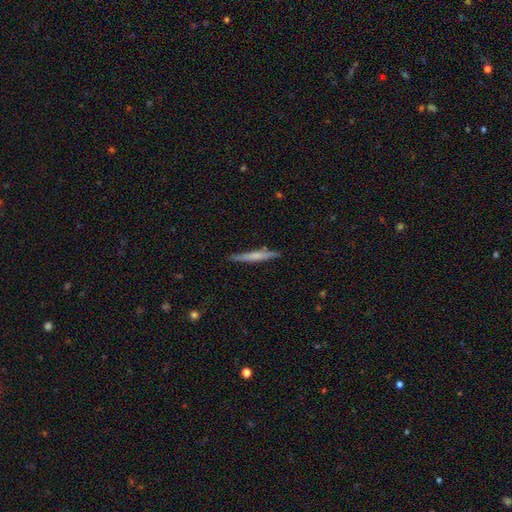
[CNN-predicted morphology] smooth_or_featured: smooth (p=0.48) [alt: featured or disk p=0.46]
merging: none (p=0.87) [alt: minor disturbance p=0.09]